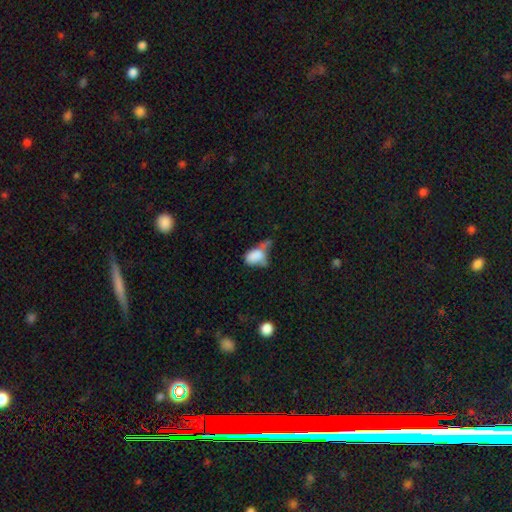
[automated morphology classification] The model was most divided on "merging": major disturbance: 30%, merger: 28%, minor disturbance: 24%, none: 18%. More confident: how rounded — in between (82%); smooth or featured — smooth (73%).